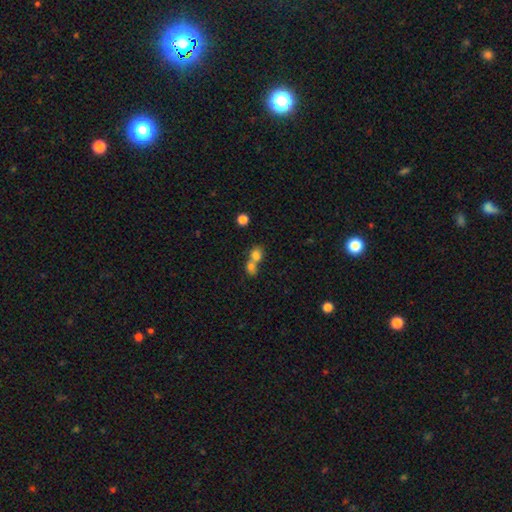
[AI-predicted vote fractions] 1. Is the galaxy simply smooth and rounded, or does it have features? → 76% smooth, 12% featured or disk, 12% star or artifact.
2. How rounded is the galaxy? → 55% round, 43% in between, 2% cigar-shaped.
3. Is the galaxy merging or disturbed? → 67% merger, 24% none, 6% minor disturbance, 4% major disturbance.